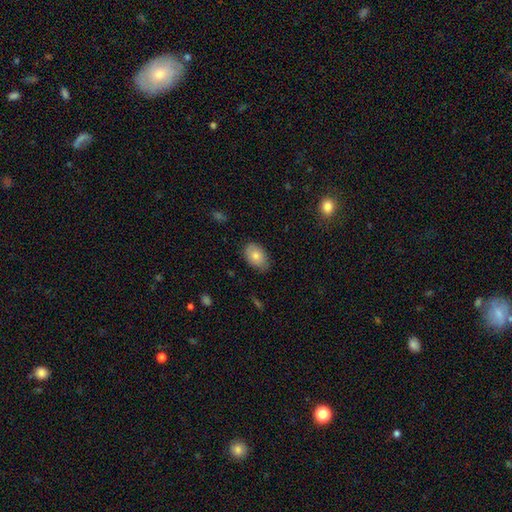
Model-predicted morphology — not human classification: This appears to be a smooth galaxy with no disk features (77%) that is in between round and cigar-shaped (87%). Merging: none (76%).